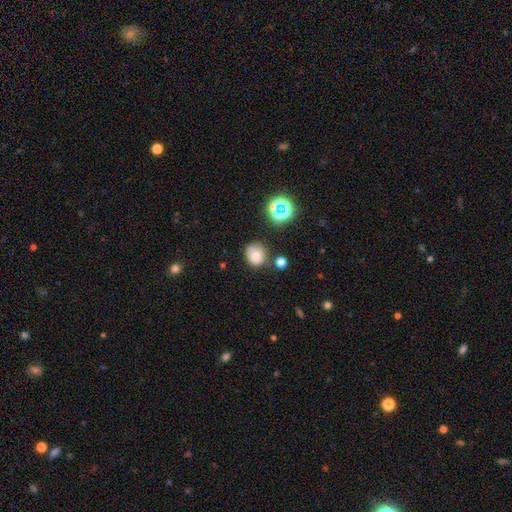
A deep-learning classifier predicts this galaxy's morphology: This is likely a smooth galaxy (70%). How rounded: likely round (80%). Merging: likely none (64%).